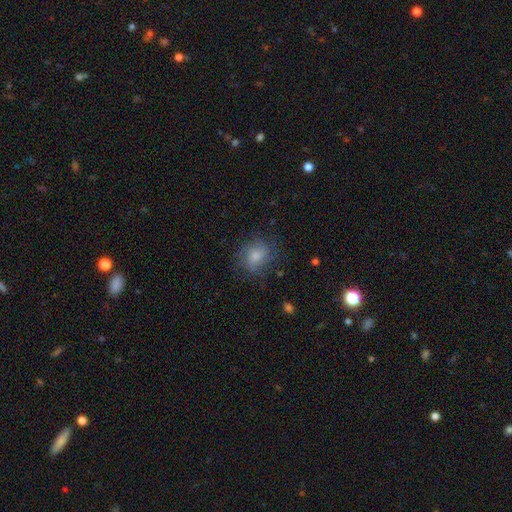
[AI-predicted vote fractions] This appears to be a smooth galaxy with no disk features (59%) that is round (62%). Merging: none (75%).